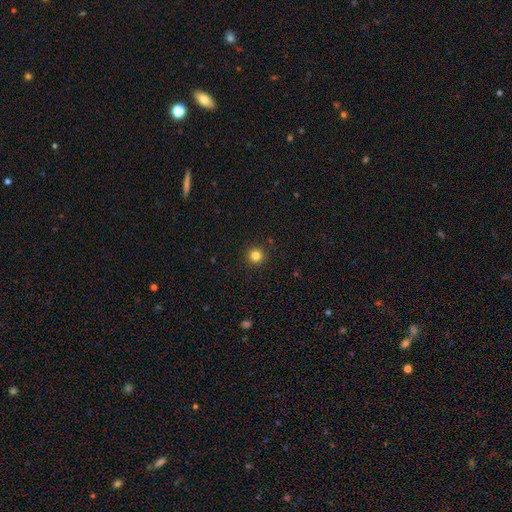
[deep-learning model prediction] Q: Smooth or featured?
A: smooth (82%); runner-up: star or artifact (13%)
Q: How rounded?
A: round (96%); runner-up: in between (3%)
Q: Merging?
A: none (93%); runner-up: minor disturbance (4%)